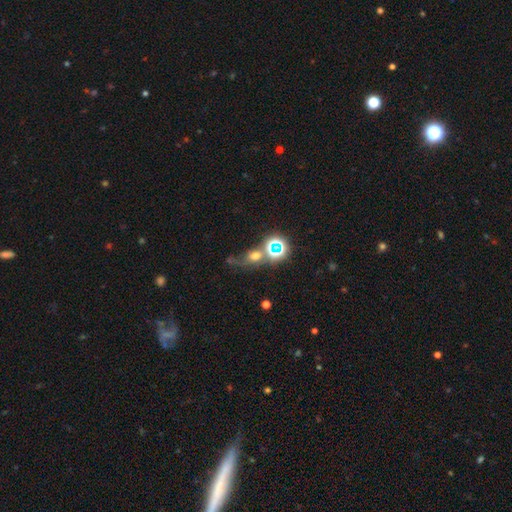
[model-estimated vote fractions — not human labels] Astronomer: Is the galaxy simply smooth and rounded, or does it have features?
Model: smooth — 49% (runner-up: star or artifact, 34%).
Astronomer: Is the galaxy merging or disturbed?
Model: none — 39% (runner-up: merger, 25%).